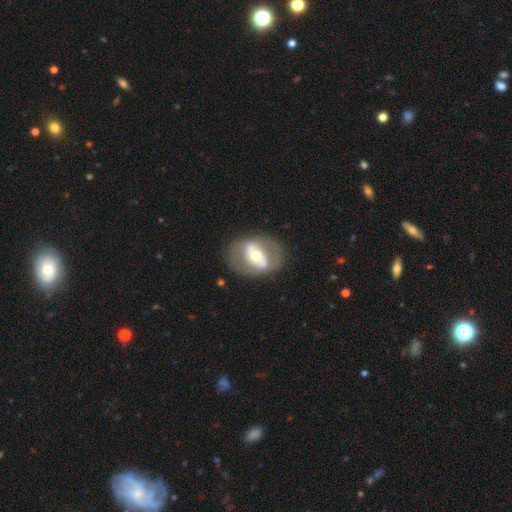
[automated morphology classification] Smooth or featured: featured or disk — 62% (smooth — 31%)
Edge-on disk: no — 92% (yes — 8%)
Bar: strong — 38% (no — 36%)
Spiral arms: no — 73% (yes — 27%)
Bulge size: moderate — 62% (small — 24%)
Merging: none — 73% (minor disturbance — 14%)